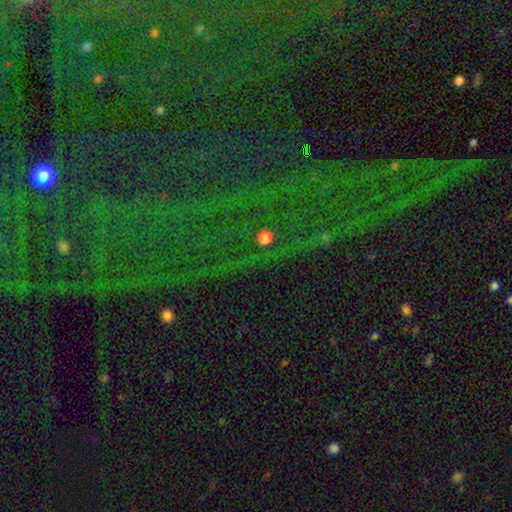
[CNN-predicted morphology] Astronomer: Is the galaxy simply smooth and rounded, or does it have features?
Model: star or artifact — 83%.